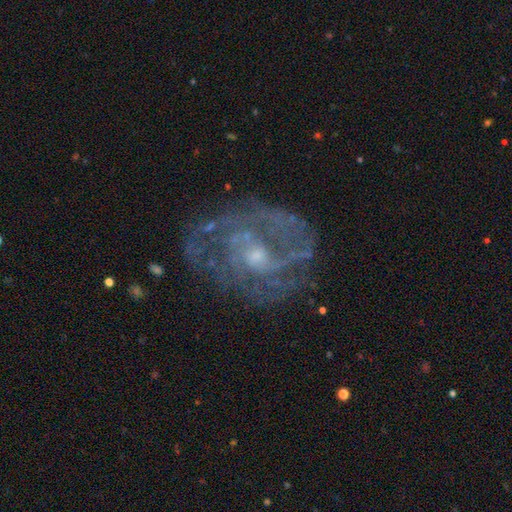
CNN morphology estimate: Smooth or featured?
  - featured or disk: 85% *
  - star or artifact: 7%
  - smooth: 7%
Edge-on disk?
  - no: 98% *
  - yes: 2%
Bar?
  - no: 64% *
  - weak: 30%
  - strong: 6%
Spiral arms?
  - yes: 89% *
  - no: 11%
Spiral winding?
  - medium: 43% *
  - tight: 42%
  - loose: 15%
Spiral arm count?
  - 2: 31% *
  - can't tell: 30%
  - 3: 18%
  - 4: 8%
  - 1: 7%
  - more than 4: 6%
Bulge size?
  - small: 58% *
  - moderate: 34%
  - none: 6%
  - large: 2%
  - dominant: 1%
Merging?
  - none: 67% *
  - minor disturbance: 18%
  - major disturbance: 14%
  - merger: 2%